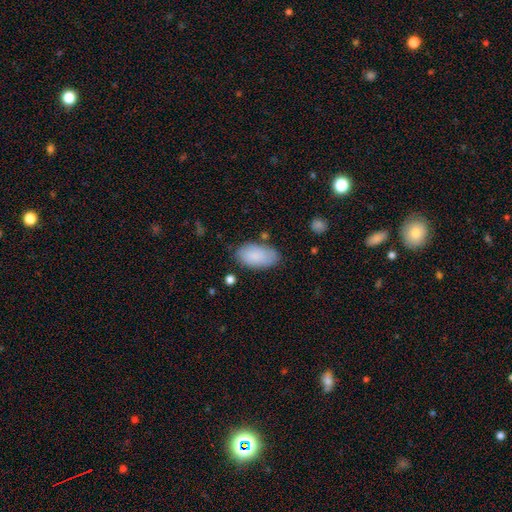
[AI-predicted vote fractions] Smooth or featured: smooth — 86% (featured or disk — 8%)
How rounded: in between — 95% (round — 3%)
Merging: none — 74% (minor disturbance — 18%)